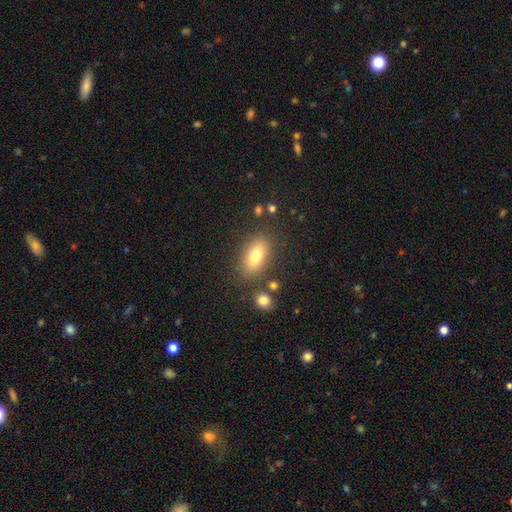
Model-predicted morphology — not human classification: The model was most divided on "smooth or featured": smooth: 78%, featured or disk: 14%, star or artifact: 9%. More confident: how rounded — in between (85%); merging — none (80%).